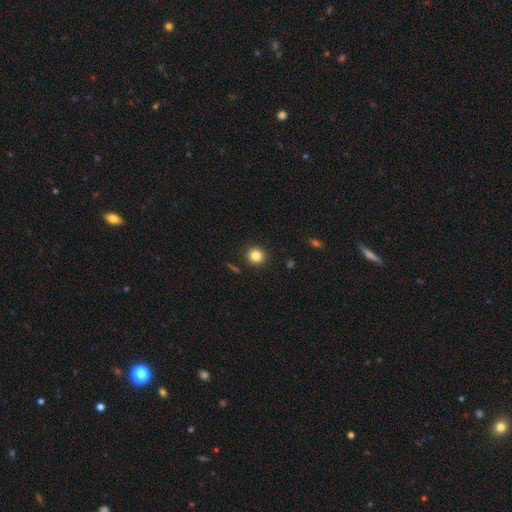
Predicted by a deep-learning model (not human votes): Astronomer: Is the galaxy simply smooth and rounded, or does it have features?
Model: smooth — 83%.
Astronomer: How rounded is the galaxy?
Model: round — 91%.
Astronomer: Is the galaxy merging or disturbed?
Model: none — 91%.